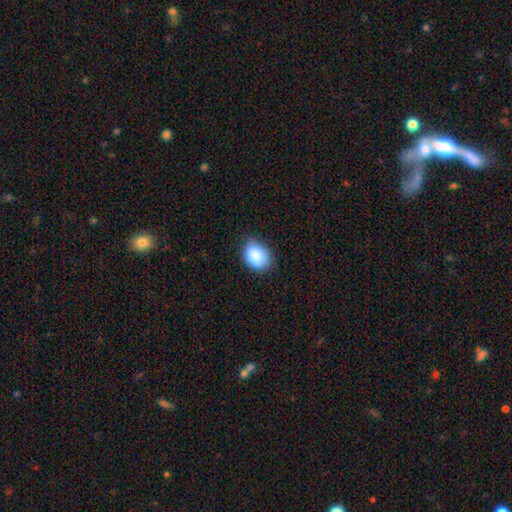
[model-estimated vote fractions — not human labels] This is clearly a smooth galaxy (88%). How rounded: likely in between (66%). Merging: likely none (76%).